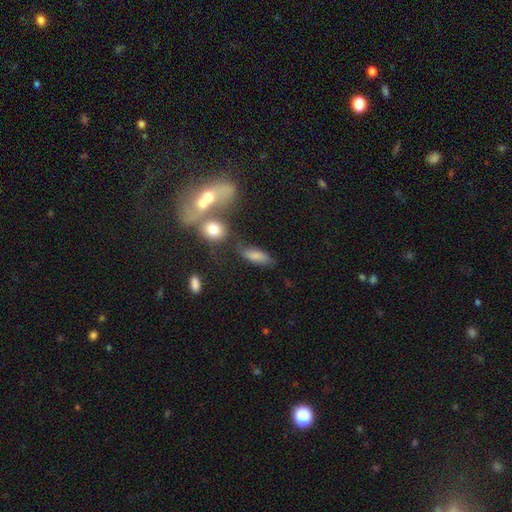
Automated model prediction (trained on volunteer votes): Smooth or featured? Predicted: smooth (p=0.75). How rounded? Predicted: in between (p=0.69). Merging? Predicted: none (p=0.62).